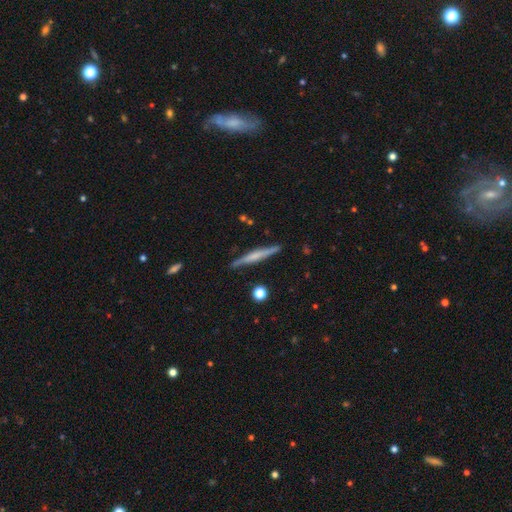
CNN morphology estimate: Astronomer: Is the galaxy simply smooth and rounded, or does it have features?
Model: featured or disk — 62%.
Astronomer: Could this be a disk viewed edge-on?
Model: yes — 98%.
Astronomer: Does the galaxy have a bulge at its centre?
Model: rounded — 48% (runner-up: none, 33%).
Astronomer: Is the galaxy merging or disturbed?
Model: none — 89%.